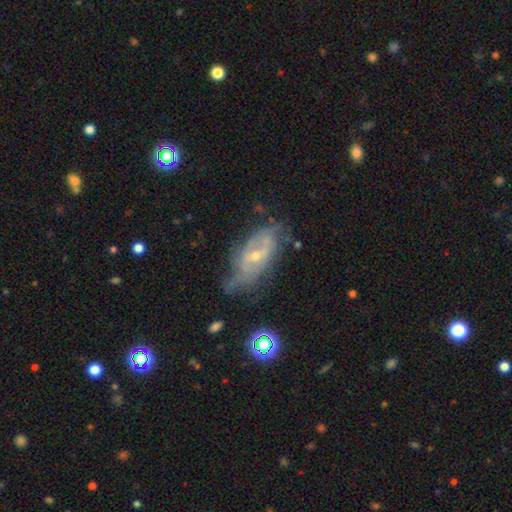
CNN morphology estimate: Smooth or featured? featured or disk (72%)
Edge-on disk? no (89%)
Bar? no (45%)
Spiral arms? yes (71%)
Bulge size? small (65%)
Merging? none (49%)